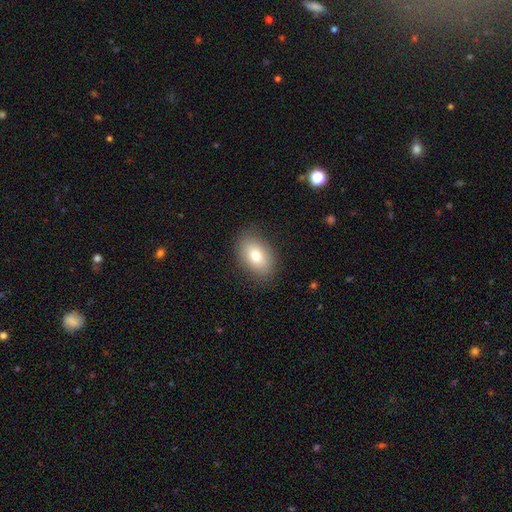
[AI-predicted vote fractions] Overall: smooth (80%). How rounded: in between (89%). Merging: none (85%).